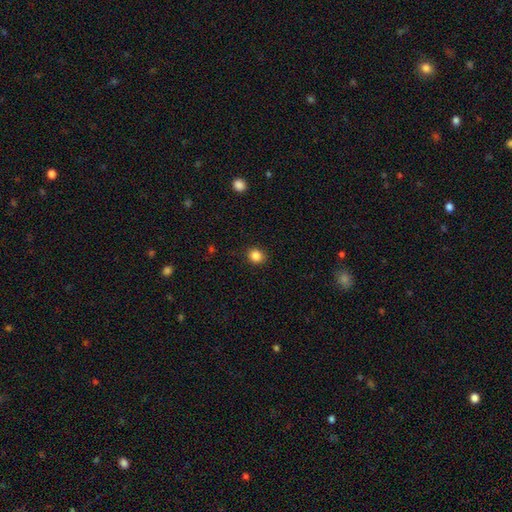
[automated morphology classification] Q: Smooth or featured?
A: smooth (85%); runner-up: star or artifact (11%)
Q: How rounded?
A: round (79%); runner-up: in between (20%)
Q: Merging?
A: none (89%); runner-up: minor disturbance (8%)